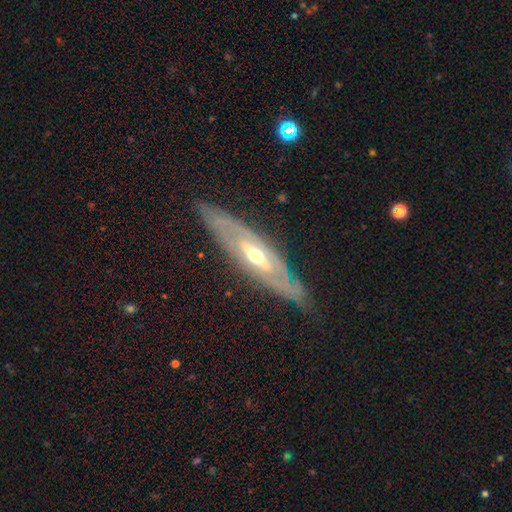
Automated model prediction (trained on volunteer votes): This appears to be a featured or disk galaxy (80%) with no bar (56%), spiral arms (60%) and a moderate central bulge (64%). Merging: none (80%).